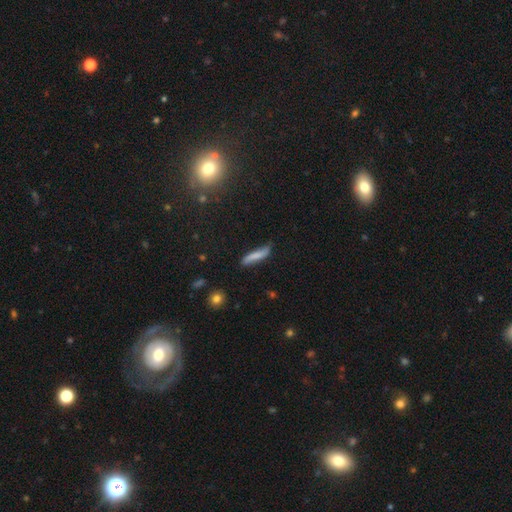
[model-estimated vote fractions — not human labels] Smooth or featured: smooth — 67% (featured or disk — 27%)
How rounded: cigar-shaped — 84% (in between — 14%)
Merging: none — 67% (minor disturbance — 24%)